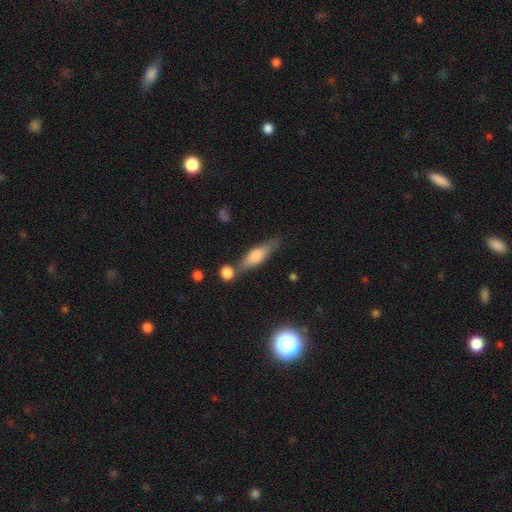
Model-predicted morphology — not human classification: Smooth or featured? featured or disk (47%)
Merging? none (67%)